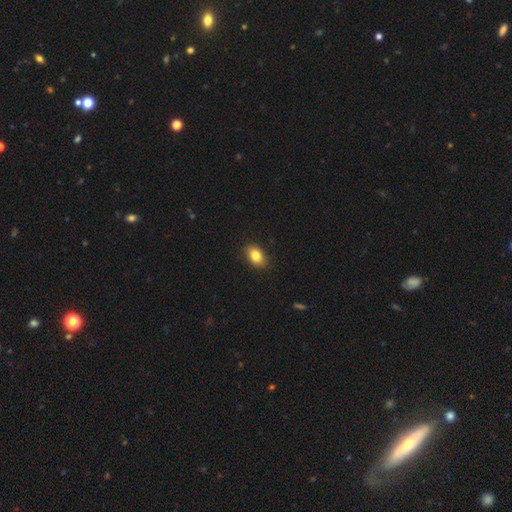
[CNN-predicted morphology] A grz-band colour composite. It shows a smooth galaxy with no disk features (84%) that is in between round and cigar-shaped (85%). Merging: none (88%).